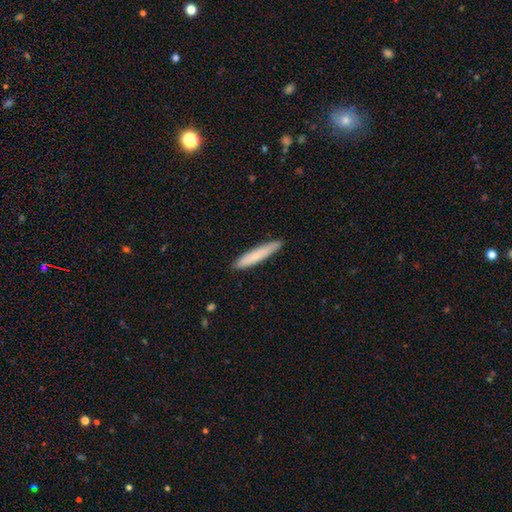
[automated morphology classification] Smooth or featured?
  - smooth: 74% *
  - featured or disk: 20%
  - star or artifact: 6%
How rounded?
  - cigar-shaped: 92% *
  - in between: 6%
  - round: 1%
Merging?
  - none: 89% *
  - minor disturbance: 9%
  - major disturbance: 1%
  - merger: 1%